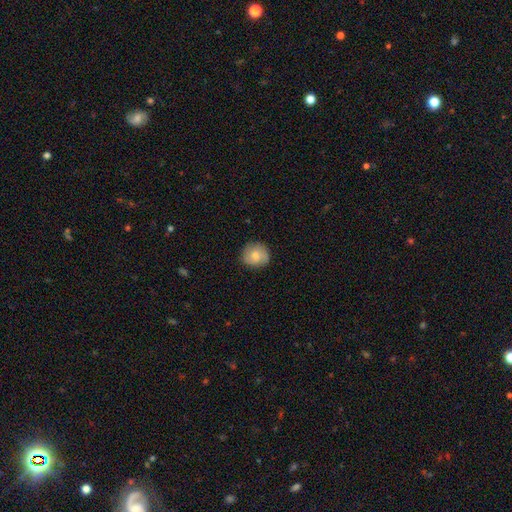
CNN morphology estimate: This appears to be a smooth galaxy with no disk features (72%) that is round (87%). Merging: none (81%).